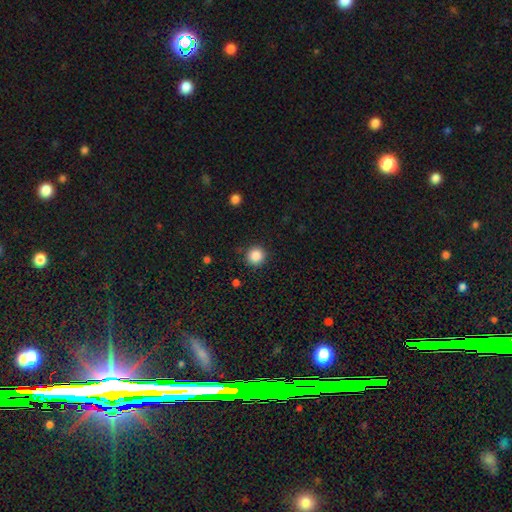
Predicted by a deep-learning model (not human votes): Smooth or featured: smooth — 86% (star or artifact — 10%)
How rounded: round — 94% (in between — 5%)
Merging: none — 89% (minor disturbance — 7%)